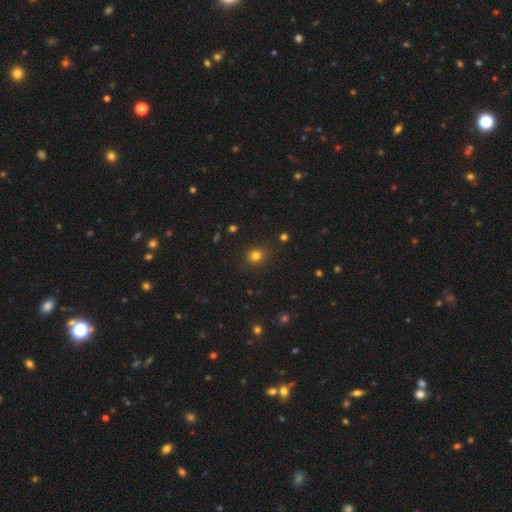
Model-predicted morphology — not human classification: This is likely a smooth galaxy (79%). How rounded: clearly round (86%). Merging: clearly none (88%).